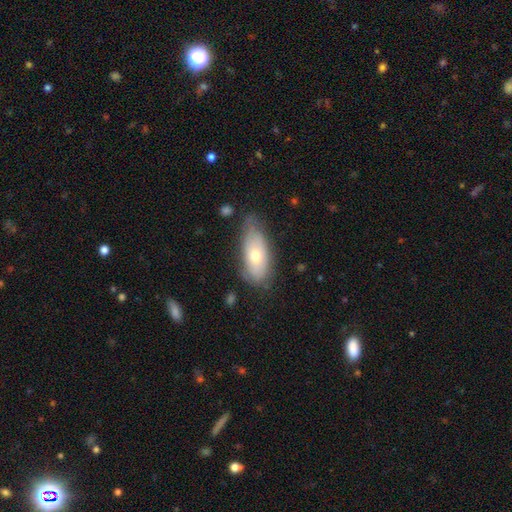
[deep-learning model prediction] Smooth or featured?
  - smooth: 59% *
  - featured or disk: 34%
  - star or artifact: 7%
How rounded?
  - in between: 85% *
  - cigar-shaped: 11%
  - round: 4%
Merging?
  - none: 56% *
  - minor disturbance: 33%
  - major disturbance: 9%
  - merger: 2%